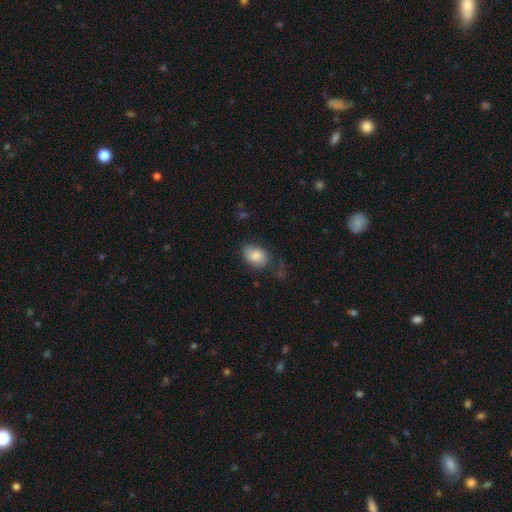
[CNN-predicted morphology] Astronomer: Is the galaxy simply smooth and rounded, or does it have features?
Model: smooth — 77%.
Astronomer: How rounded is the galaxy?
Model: in between — 77%.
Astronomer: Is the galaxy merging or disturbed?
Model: none — 54%.